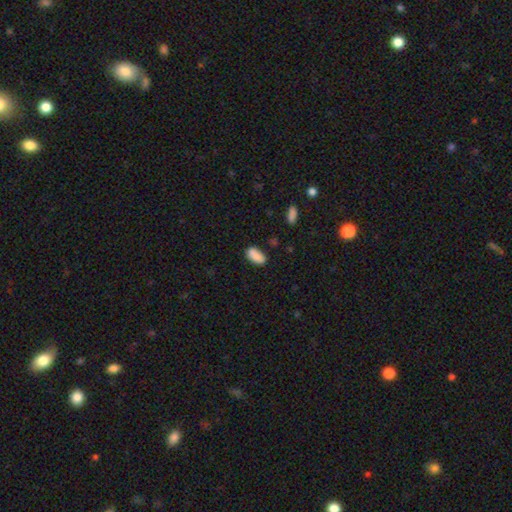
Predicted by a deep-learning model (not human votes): smooth 86%, star or artifact 8%, featured or disk 7%. Down the decision tree: how rounded — in between (92%); merging — none (69%).